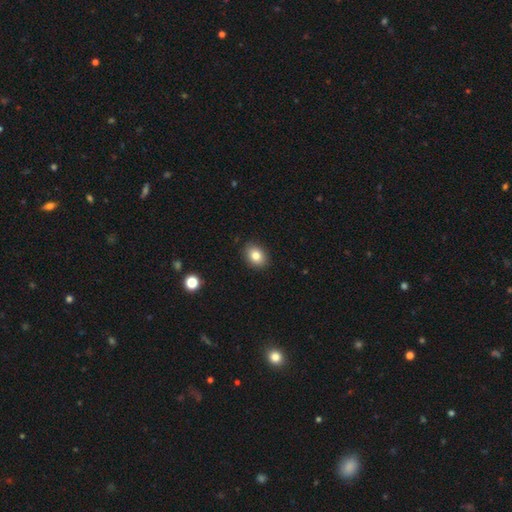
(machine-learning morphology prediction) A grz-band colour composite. It shows a smooth galaxy with no disk features (81%) that is in between round and cigar-shaped (63%). Merging: none (89%).